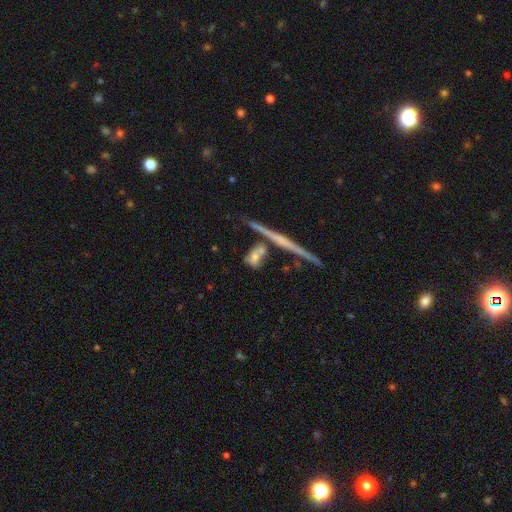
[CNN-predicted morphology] A smooth galaxy with no disk features (52%) that is in between round and cigar-shaped (51%). Merging: none (48%).